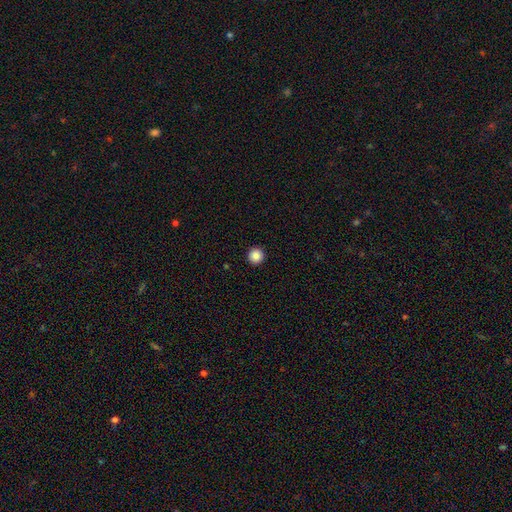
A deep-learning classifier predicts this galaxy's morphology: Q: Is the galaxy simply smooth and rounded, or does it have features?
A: smooth — 88%.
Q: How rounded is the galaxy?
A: round — 96%.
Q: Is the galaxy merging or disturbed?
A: none — 94%.